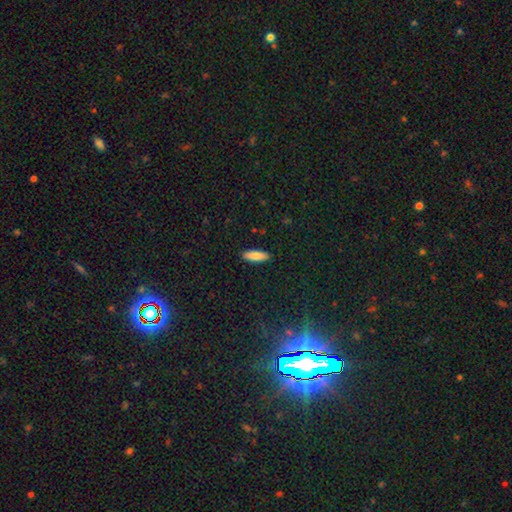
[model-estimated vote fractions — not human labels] The model was most divided on "how rounded": in between: 58%, cigar-shaped: 41%, round: 2%. More confident: merging — none (90%); smooth or featured — smooth (86%).